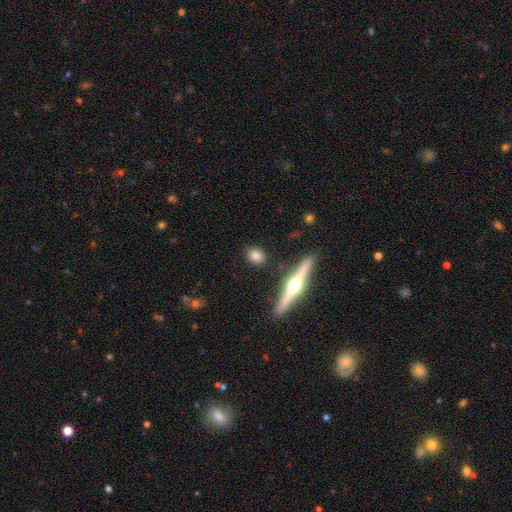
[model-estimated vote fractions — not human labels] The model was most divided on "how rounded": round: 57%, in between: 36%, cigar-shaped: 8%. More confident: merging — none (88%); smooth or featured — smooth (75%).